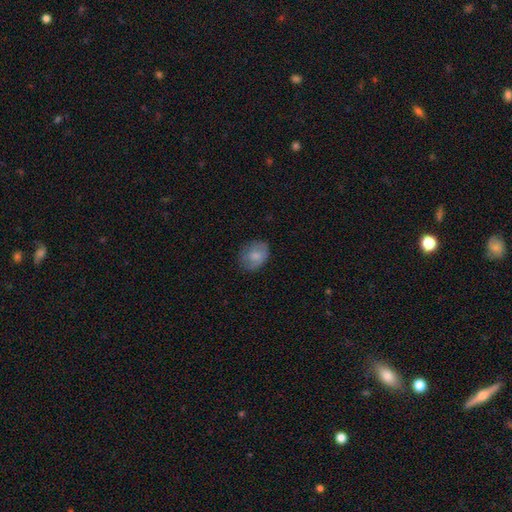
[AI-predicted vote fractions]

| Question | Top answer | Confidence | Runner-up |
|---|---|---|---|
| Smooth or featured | smooth | 76% | featured or disk (17%) |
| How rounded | in between | 56% | round (43%) |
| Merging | none | 72% | minor disturbance (21%) |